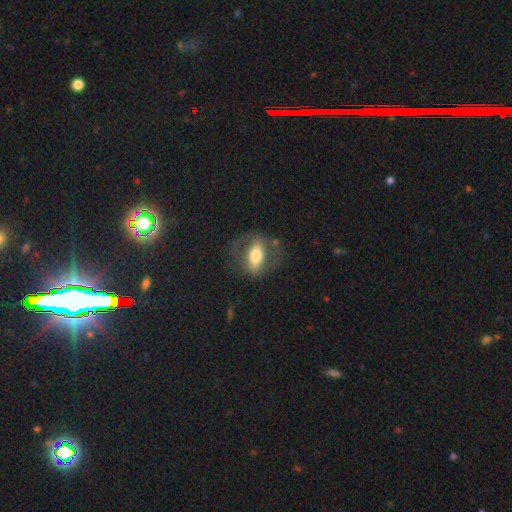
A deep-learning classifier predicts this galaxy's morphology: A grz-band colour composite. It shows a featured or disk galaxy (49%). Merging: none (68%).